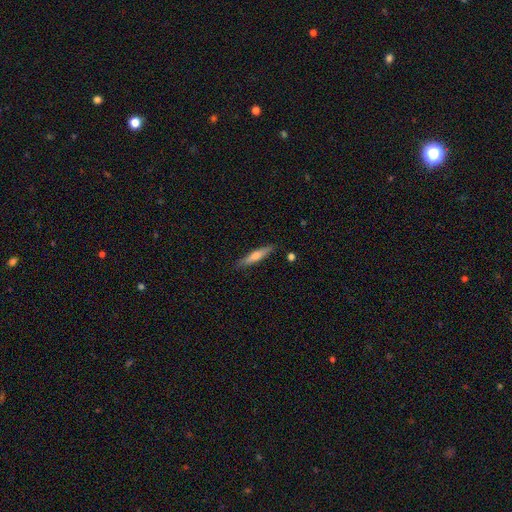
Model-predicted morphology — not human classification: The model was most divided on "smooth or featured": smooth: 53%, featured or disk: 41%, star or artifact: 6%. More confident: merging — none (86%); how rounded — cigar-shaped (86%).